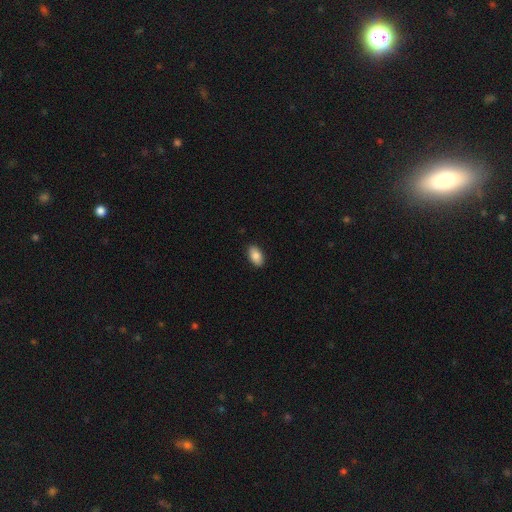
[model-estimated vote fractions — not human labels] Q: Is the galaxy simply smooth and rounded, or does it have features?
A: smooth — 86%.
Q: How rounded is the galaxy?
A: in between — 94%.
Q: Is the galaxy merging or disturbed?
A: none — 90%.